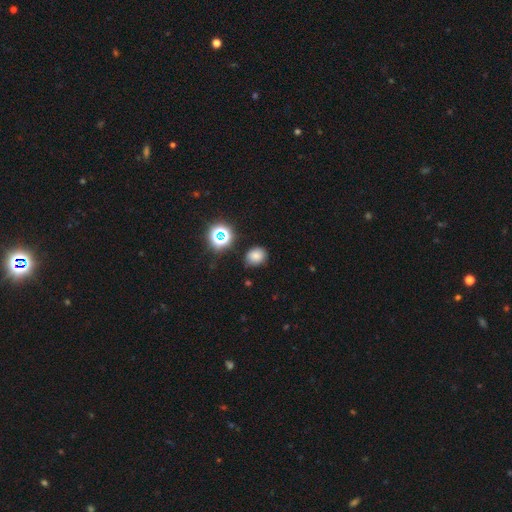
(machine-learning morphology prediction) This appears to be a smooth galaxy with no disk features (76%) that is round (56%). Merging: none (78%).